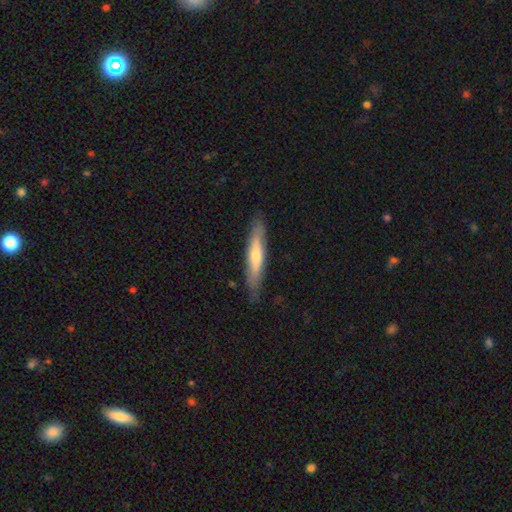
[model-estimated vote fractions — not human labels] featured or disk 50%, smooth 45%, star or artifact 6%. Down the decision tree: merging — none (86%).